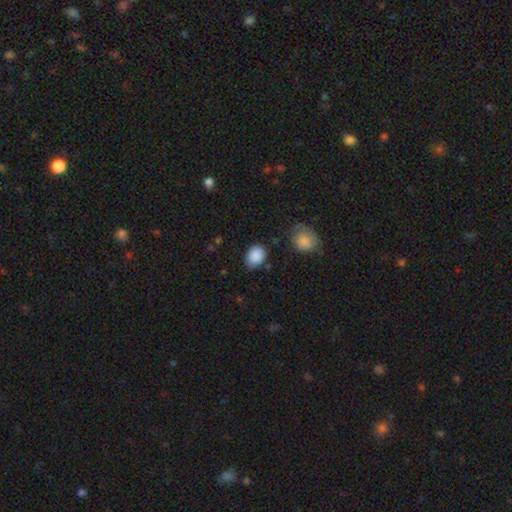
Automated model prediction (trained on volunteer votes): Smooth or featured? smooth (89%)
How rounded? in between (58%)
Merging? none (77%)